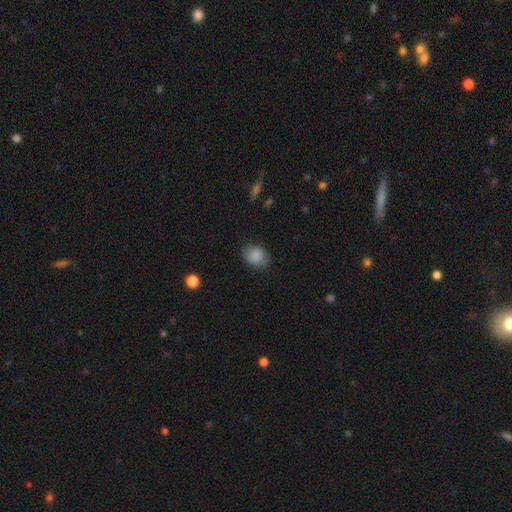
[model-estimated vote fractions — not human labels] Morphology: type=smooth (87%); roundness=in between (59%); merging=none (79%).